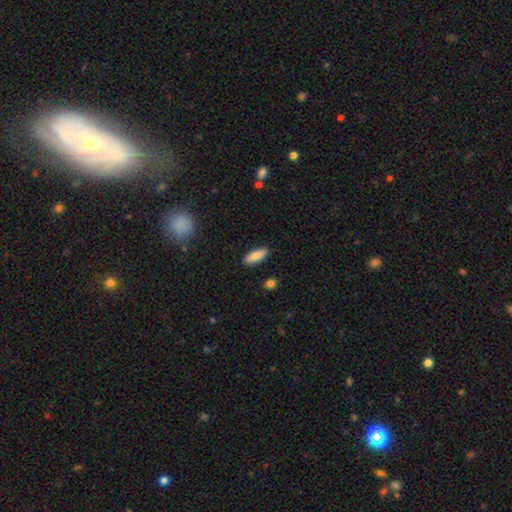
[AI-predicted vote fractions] Overall: smooth (84%). How rounded: in between (62%; cigar-shaped 36%). Merging: none (89%).